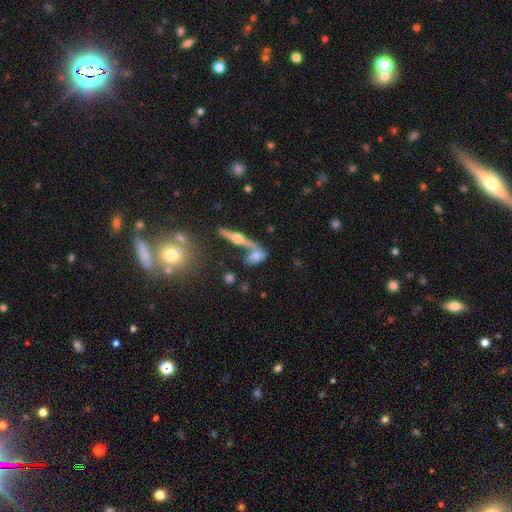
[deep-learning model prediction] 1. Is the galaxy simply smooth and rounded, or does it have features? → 46% smooth, 42% featured or disk, 11% star or artifact.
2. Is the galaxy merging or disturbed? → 45% merger, 35% none, 11% minor disturbance, 8% major disturbance.